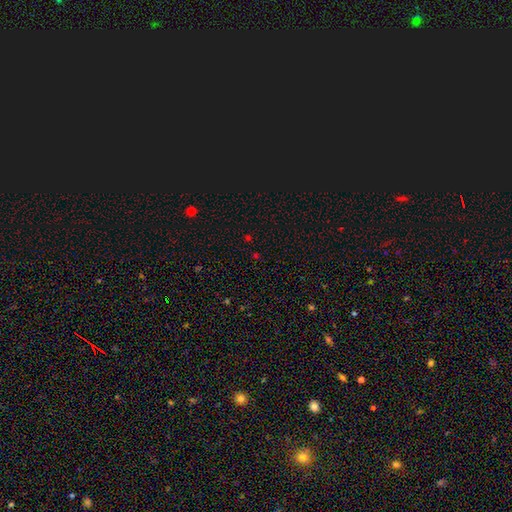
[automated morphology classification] Smooth or featured?
  - star or artifact: 58% *
  - smooth: 35%
  - featured or disk: 7%